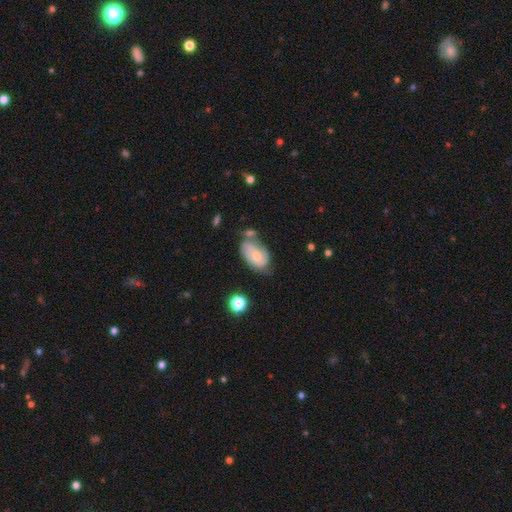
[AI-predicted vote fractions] Smooth or featured? featured or disk (52%)
Edge-on disk? no (95%)
Merging? none (44%)